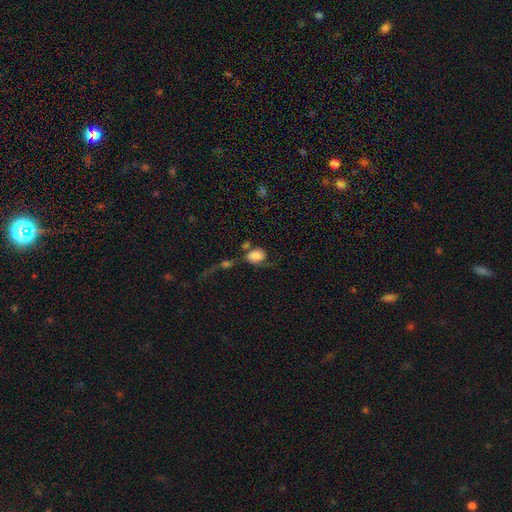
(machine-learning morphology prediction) A smooth galaxy with no disk features (68%) that is in between round and cigar-shaped (61%). Merging: major disturbance (28%, tied with merger).